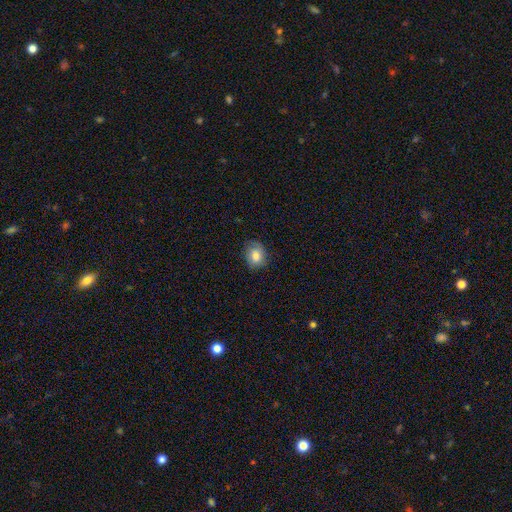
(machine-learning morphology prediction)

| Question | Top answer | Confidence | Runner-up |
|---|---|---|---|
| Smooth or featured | smooth | 84% | star or artifact (9%) |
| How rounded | round | 58% | in between (41%) |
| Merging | none | 80% | minor disturbance (16%) |